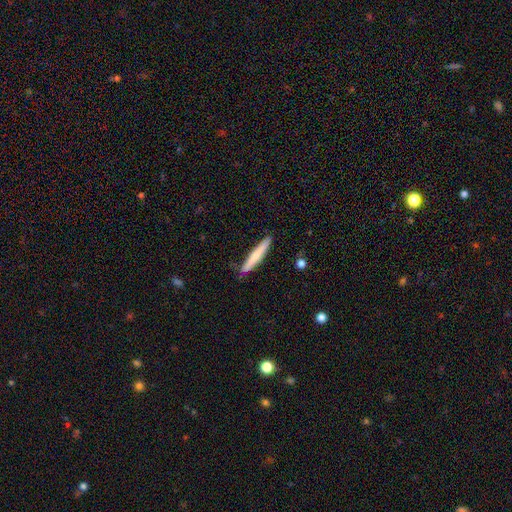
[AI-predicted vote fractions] This appears to be a smooth galaxy with no disk features (69%) that is cigar-shaped (95%). Merging: none (84%).